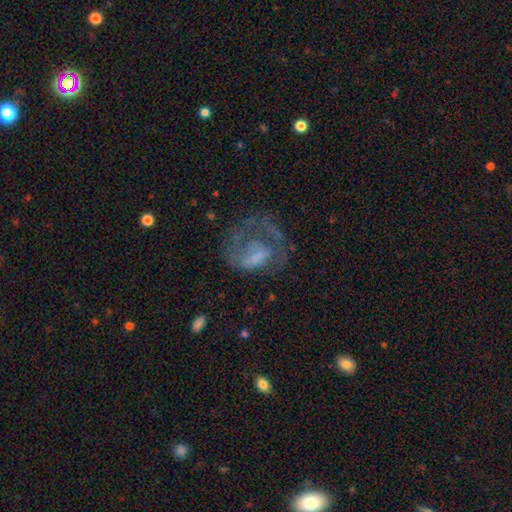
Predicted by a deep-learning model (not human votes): Overall: featured or disk (58%; smooth 31%). Edge-on disk: no (97%). Bar: no (60%; weak 31%). Spiral arms: yes (52%; no 48%). Bulge size: none (39%; moderate 26%). Merging: major disturbance (47%; none 32%).